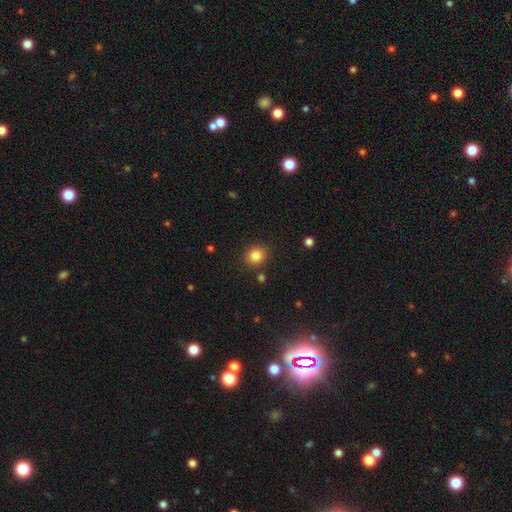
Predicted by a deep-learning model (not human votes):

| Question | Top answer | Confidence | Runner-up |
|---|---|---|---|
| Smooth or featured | smooth | 83% | star or artifact (11%) |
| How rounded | round | 74% | in between (25%) |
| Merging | none | 86% | minor disturbance (9%) |